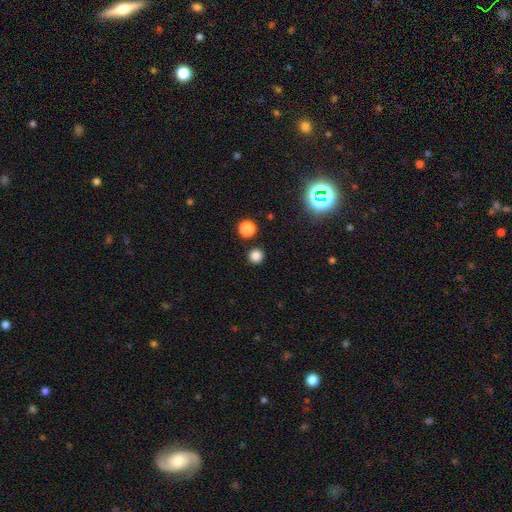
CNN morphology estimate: This appears to be a smooth galaxy with no disk features (82%) that is round (95%). Merging: none (91%).